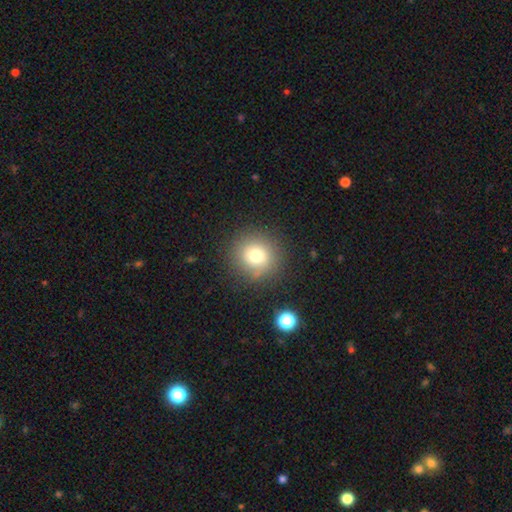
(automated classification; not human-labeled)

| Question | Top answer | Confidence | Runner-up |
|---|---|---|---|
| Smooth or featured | smooth | 74% | star or artifact (14%) |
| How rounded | round | 93% | in between (7%) |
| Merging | none | 85% | minor disturbance (9%) |